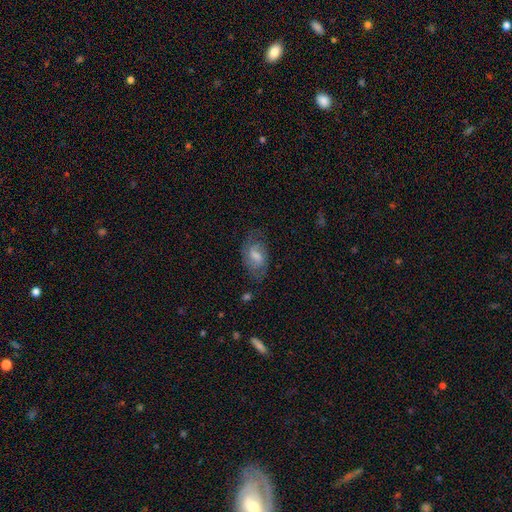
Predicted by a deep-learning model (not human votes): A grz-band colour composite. It shows a featured or disk galaxy (61%) with a weak bar (56%), 2 (69%) medium (46%) spiral arms (86%) and a moderate central bulge (46%). Merging: none (69%).